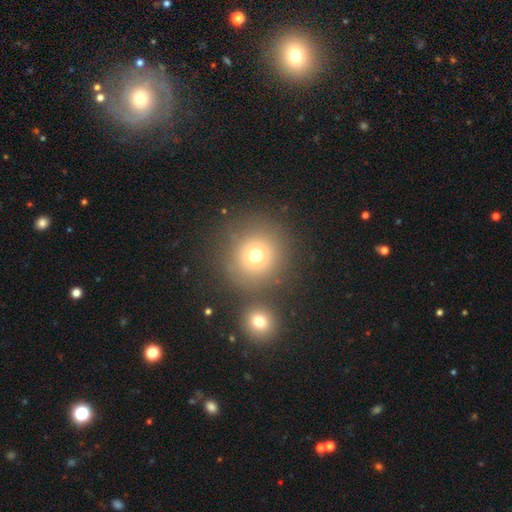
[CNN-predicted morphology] smooth_or_featured: smooth (p=0.71) [alt: star or artifact p=0.16]
how_rounded: round (p=0.91) [alt: in between p=0.08]
merging: none (p=0.69) [alt: merger p=0.17]